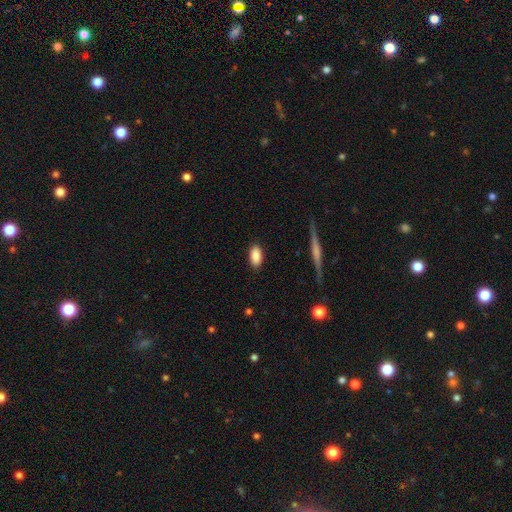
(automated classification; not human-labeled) Smooth or featured? Predicted: smooth (p=0.88). How rounded? Predicted: in between (p=0.92). Merging? Predicted: none (p=0.86).